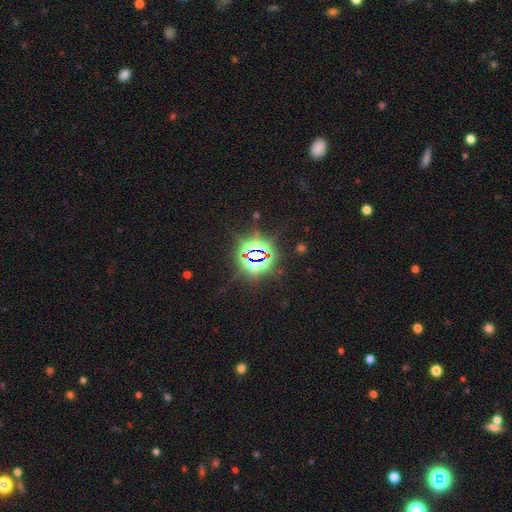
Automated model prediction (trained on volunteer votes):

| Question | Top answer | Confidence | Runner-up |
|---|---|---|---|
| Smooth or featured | star or artifact | 83% | smooth (10%) |